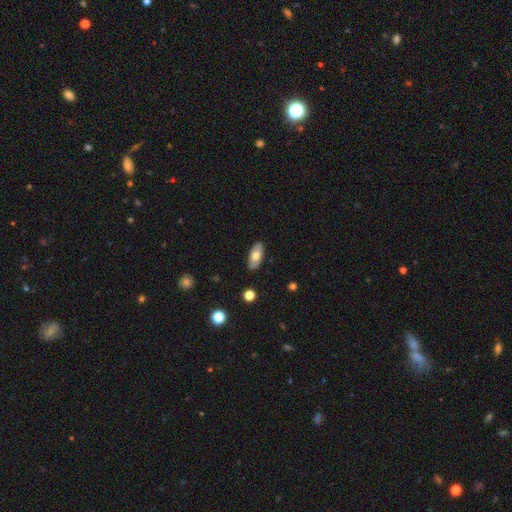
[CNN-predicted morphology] This is likely a smooth galaxy (65%). How rounded: clearly in between (91%). Merging: clearly none (87%).